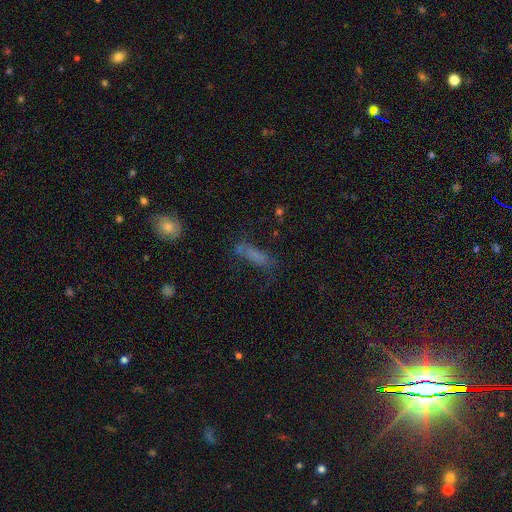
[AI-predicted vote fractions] A smooth galaxy with no disk features (64%) that is in between round and cigar-shaped (48%, tied with cigar-shaped). Merging: none (49%).